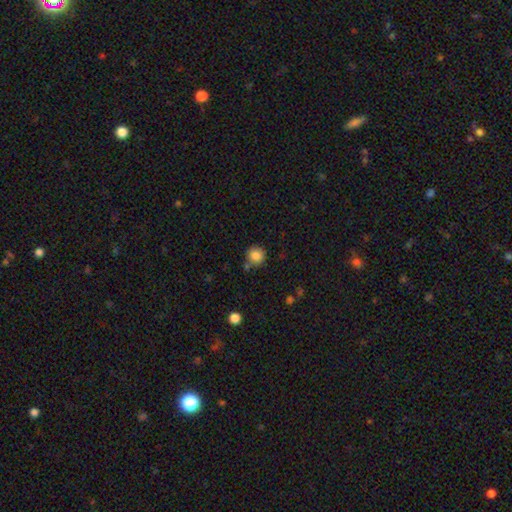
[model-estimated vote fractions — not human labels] Smooth or featured? Predicted: smooth (p=0.84). How rounded? Predicted: round (p=0.92). Merging? Predicted: none (p=0.76).